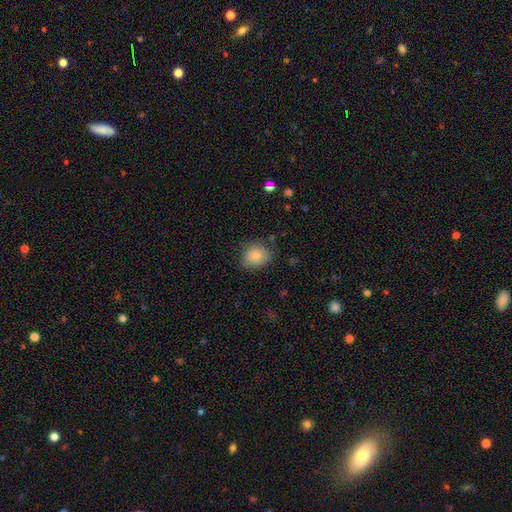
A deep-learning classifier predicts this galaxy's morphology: The model was most divided on "how rounded": round: 64%, in between: 35%, cigar-shaped: 1%. More confident: smooth or featured — smooth (84%); merging — none (75%).